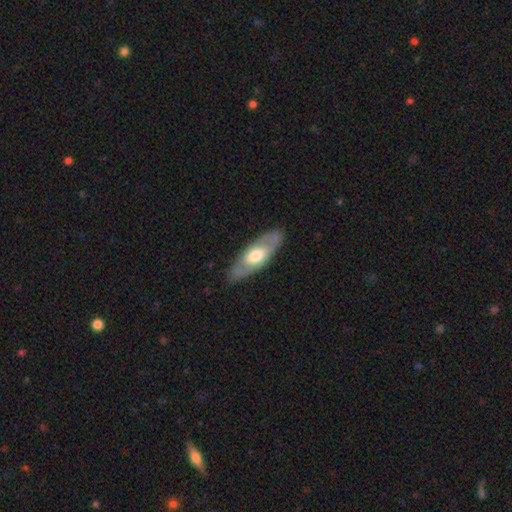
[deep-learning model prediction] Overall: featured or disk (56%; smooth 40%). Edge-on disk: no (76%). Merging: none (84%).